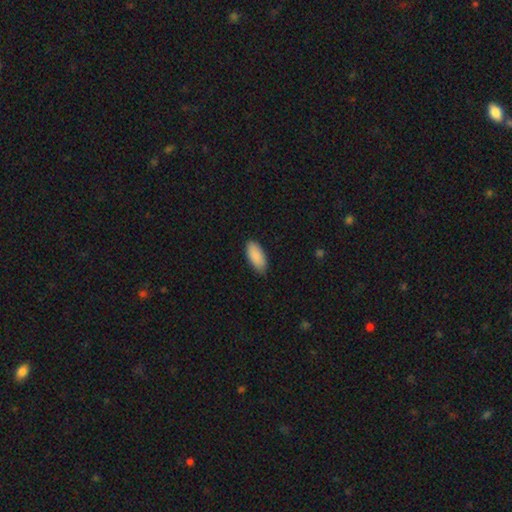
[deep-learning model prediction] smooth_or_featured: smooth (p=0.90) [alt: star or artifact p=0.06]
how_rounded: in between (p=0.89) [alt: cigar-shaped p=0.09]
merging: none (p=0.83) [alt: minor disturbance p=0.14]